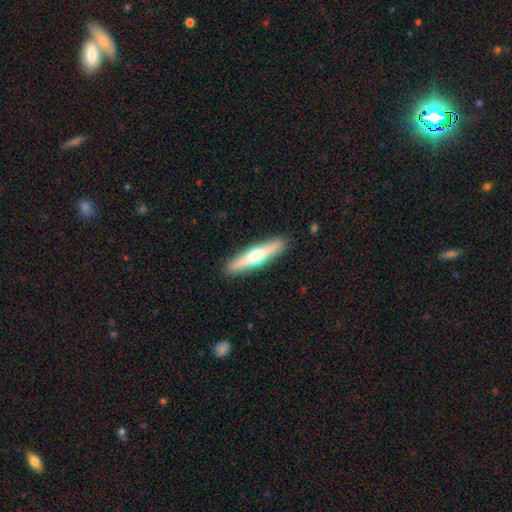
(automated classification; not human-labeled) Q: Smooth or featured?
A: featured or disk (55%); runner-up: smooth (40%)
Q: Edge-on disk?
A: yes (94%); runner-up: no (6%)
Q: Edge-on bulge?
A: rounded (93%); runner-up: none (4%)
Q: Merging?
A: none (91%); runner-up: minor disturbance (7%)